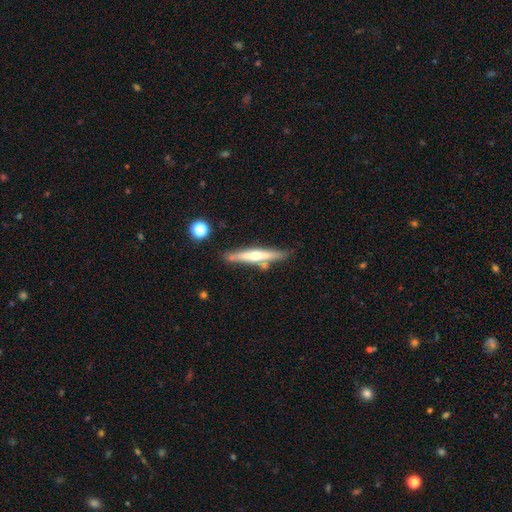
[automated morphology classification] Smooth or featured? Predicted: featured or disk (p=0.57). Edge-on disk? Predicted: yes (p=0.94). Edge-on bulge? Predicted: rounded (p=0.81). Merging? Predicted: none (p=0.78).